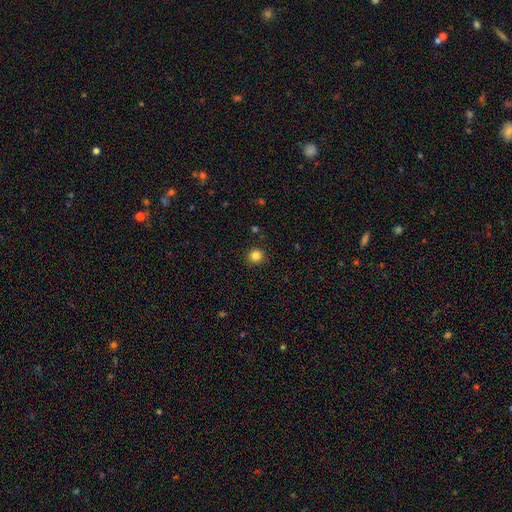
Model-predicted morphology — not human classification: smooth 84%, star or artifact 12%, featured or disk 4%. Down the decision tree: how rounded — round (92%); merging — none (90%).